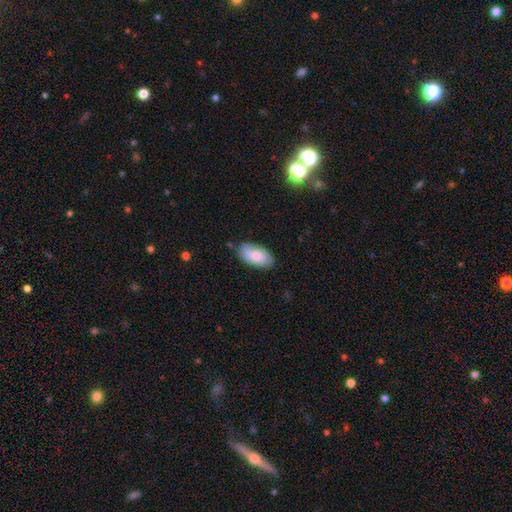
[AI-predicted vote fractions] Q: Smooth or featured?
A: smooth (68%); runner-up: featured or disk (26%)
Q: How rounded?
A: in between (94%); runner-up: round (3%)
Q: Merging?
A: none (76%); runner-up: minor disturbance (18%)